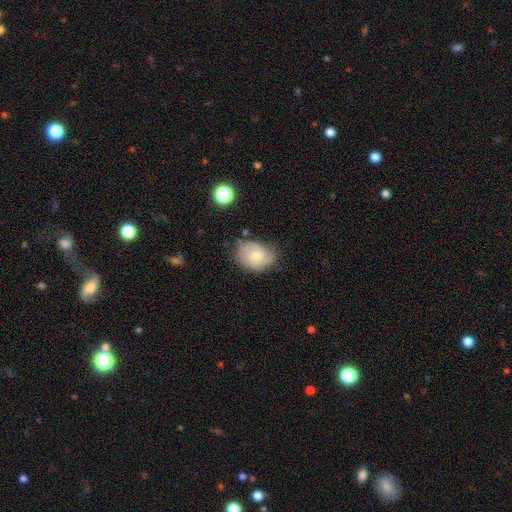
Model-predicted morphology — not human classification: Overall: featured or disk (50%; smooth 42%). Merging: none (62%; minor disturbance 28%).